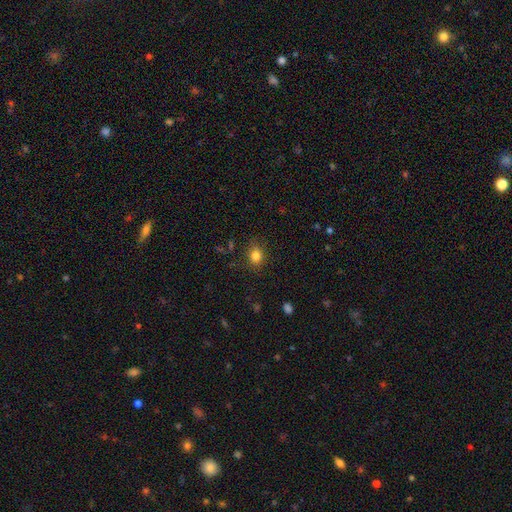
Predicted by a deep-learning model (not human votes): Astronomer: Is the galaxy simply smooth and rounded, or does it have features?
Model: smooth — 82%.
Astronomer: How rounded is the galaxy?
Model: round — 55% (runner-up: in between, 44%).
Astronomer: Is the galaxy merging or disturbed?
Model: none — 84%.